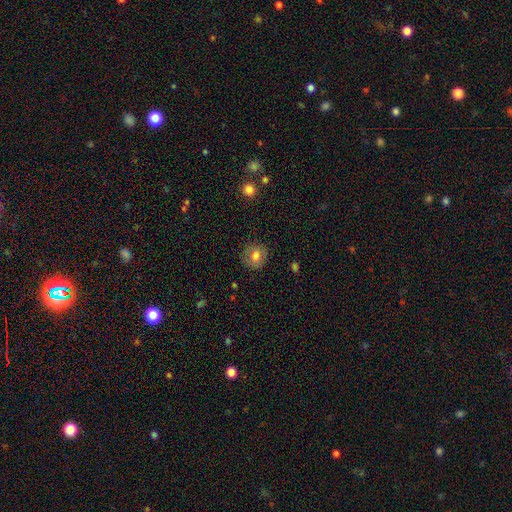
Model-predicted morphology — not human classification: Smooth or featured?
  - smooth: 75% *
  - featured or disk: 15%
  - star or artifact: 10%
How rounded?
  - round: 81% *
  - in between: 18%
  - cigar-shaped: 1%
Merging?
  - none: 84% *
  - minor disturbance: 12%
  - major disturbance: 3%
  - merger: 1%